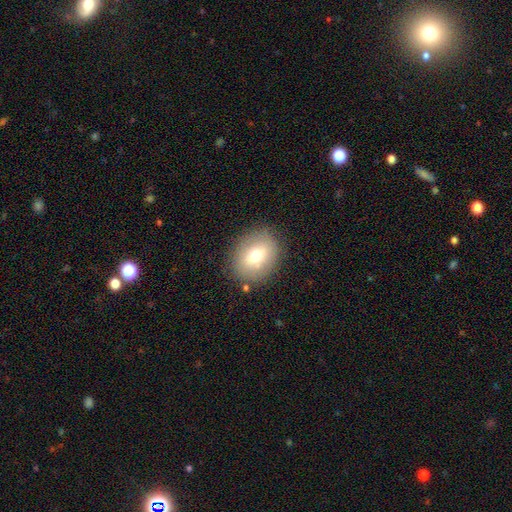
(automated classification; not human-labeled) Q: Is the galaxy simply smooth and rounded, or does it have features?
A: smooth — 68%.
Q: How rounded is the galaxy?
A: in between — 51%.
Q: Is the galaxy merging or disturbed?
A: none — 82%.